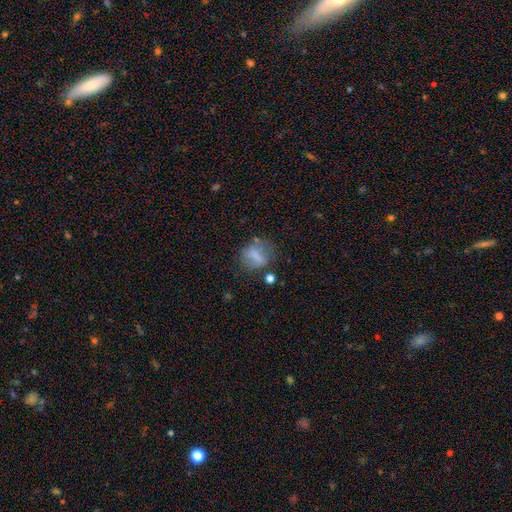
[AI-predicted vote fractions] smooth 63%, featured or disk 26%, star or artifact 11%. Down the decision tree: how rounded — round (48%); merging — none (53%).